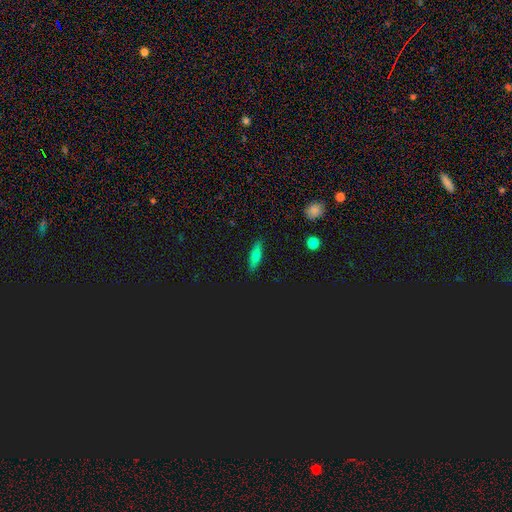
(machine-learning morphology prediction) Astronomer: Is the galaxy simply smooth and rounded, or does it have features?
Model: smooth — 70%.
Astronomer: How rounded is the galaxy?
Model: cigar-shaped — 51% (runner-up: in between, 46%).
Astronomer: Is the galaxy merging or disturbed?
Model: none — 86%.